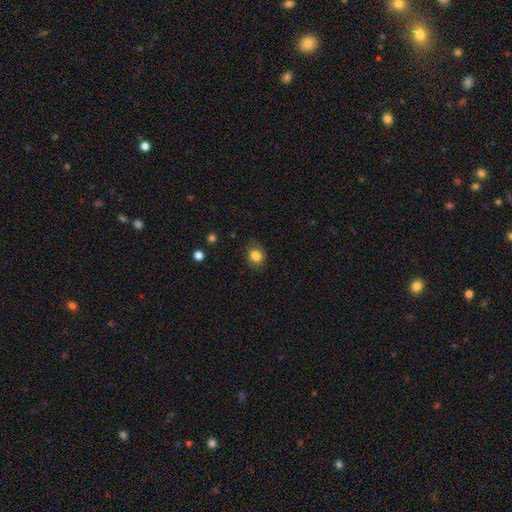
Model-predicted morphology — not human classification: smooth_or_featured: smooth (p=0.84) [alt: star or artifact p=0.11]
how_rounded: round (p=0.66) [alt: in between p=0.33]
merging: none (p=0.83) [alt: minor disturbance p=0.13]